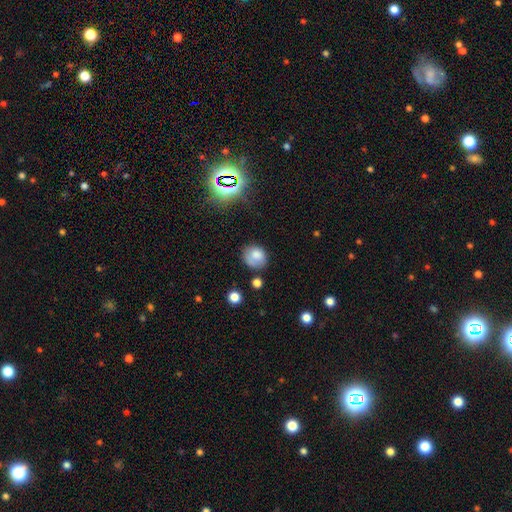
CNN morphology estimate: Smooth or featured? smooth (77%)
How rounded? round (69%)
Merging? none (61%)